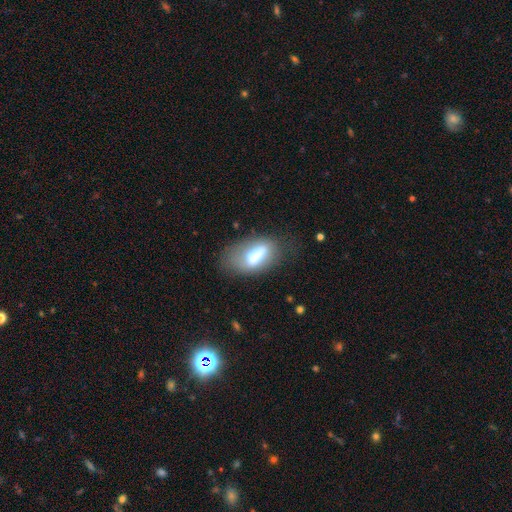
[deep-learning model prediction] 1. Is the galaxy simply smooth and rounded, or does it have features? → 63% smooth, 27% featured or disk, 10% star or artifact.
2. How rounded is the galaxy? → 80% in between, 15% cigar-shaped, 5% round.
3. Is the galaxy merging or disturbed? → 50% none, 25% minor disturbance, 19% major disturbance, 6% merger.